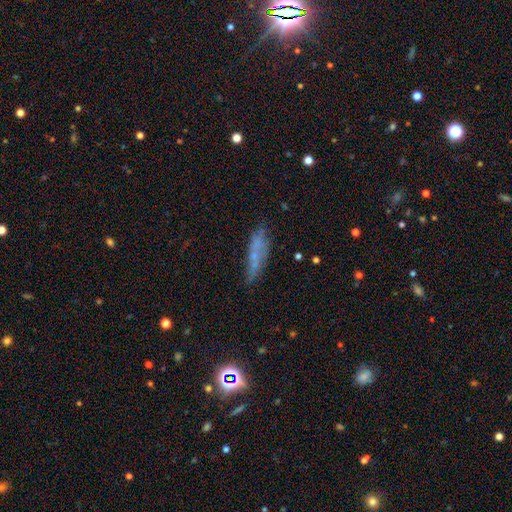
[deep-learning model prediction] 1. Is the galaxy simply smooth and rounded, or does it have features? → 50% smooth, 36% featured or disk, 14% star or artifact.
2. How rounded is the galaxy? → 71% cigar-shaped, 26% in between, 3% round.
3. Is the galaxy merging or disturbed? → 59% none, 25% minor disturbance, 11% major disturbance, 6% merger.